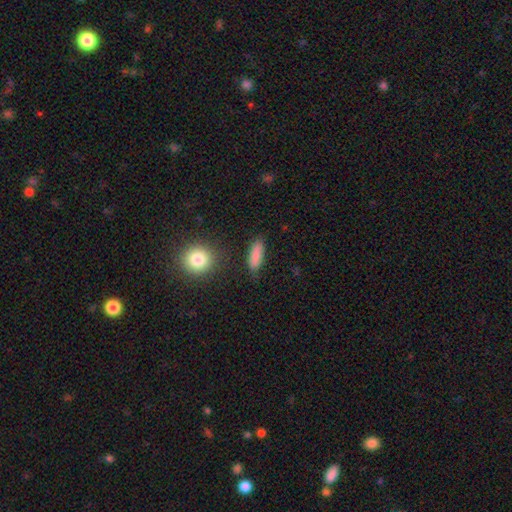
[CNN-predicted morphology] A smooth galaxy with no disk features (85%) that is in between round and cigar-shaped (63%).

Vote fractions:
- Smooth or featured? smooth: 85% / star or artifact: 8% / featured or disk: 7%
- How rounded? in between: 63% / cigar-shaped: 34% / round: 3%
- Merging? none: 80% / minor disturbance: 13% / major disturbance: 3% / merger: 3%